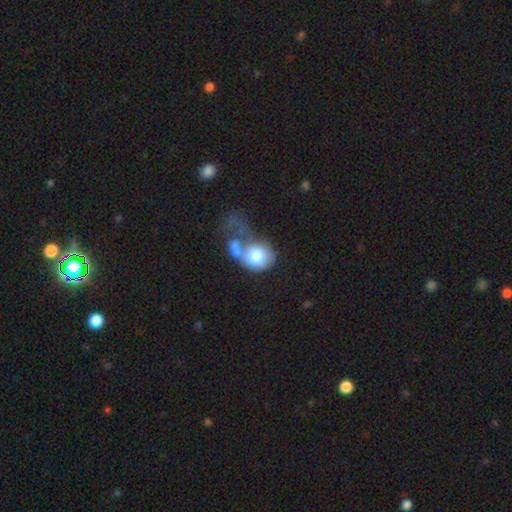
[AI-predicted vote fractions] Smooth or featured? Predicted: smooth (p=0.66). How rounded? Predicted: round (p=0.55). Merging? Predicted: merger (p=0.41).